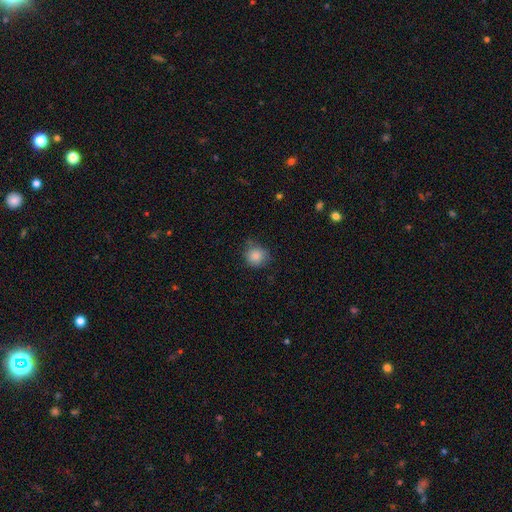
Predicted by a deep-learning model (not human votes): This appears to be a smooth galaxy with no disk features (86%) that is round (86%). Merging: none (73%).